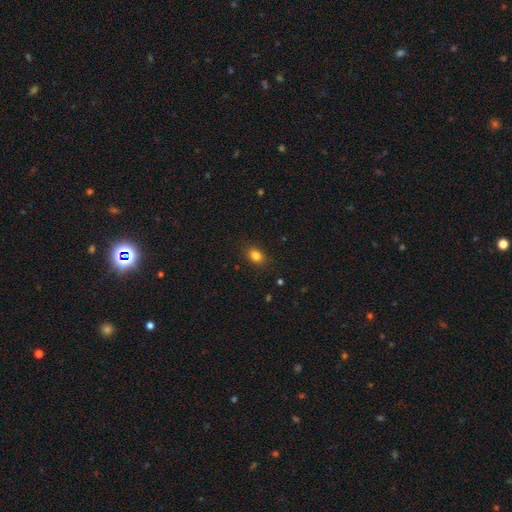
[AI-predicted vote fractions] This is clearly a smooth galaxy (84%). How rounded: likely in between (71%). Merging: clearly none (87%).